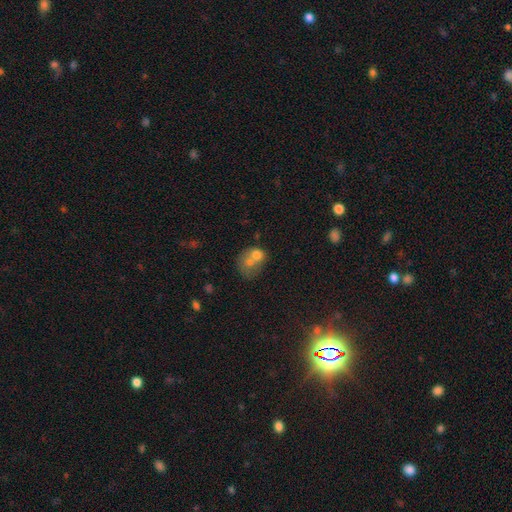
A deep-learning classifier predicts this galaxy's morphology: Smooth or featured? smooth (63%)
How rounded? round (57%)
Merging? merger (66%)